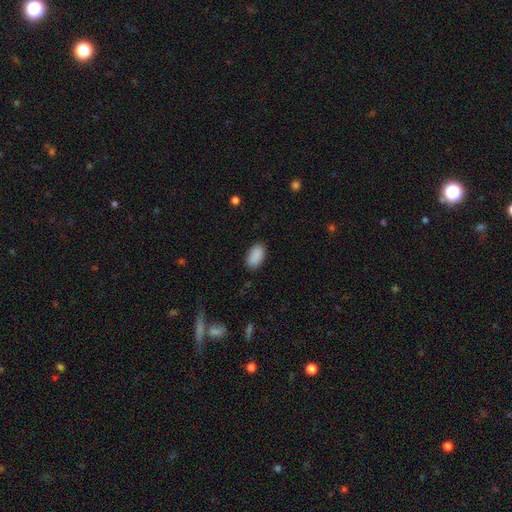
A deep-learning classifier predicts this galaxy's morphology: Smooth or featured: smooth — 90% (star or artifact — 7%)
How rounded: in between — 94% (round — 4%)
Merging: none — 85% (minor disturbance — 11%)